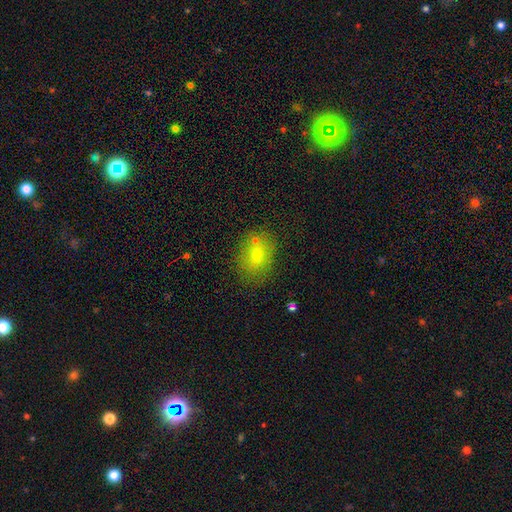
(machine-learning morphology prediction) Smooth or featured? Predicted: smooth (p=0.63). How rounded? Predicted: in between (p=0.62). Merging? Predicted: none (p=0.76).